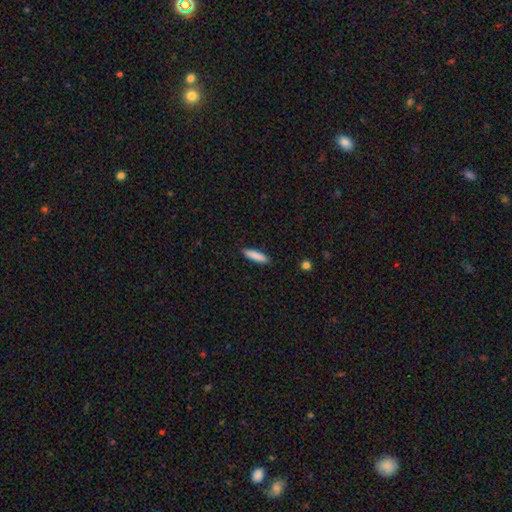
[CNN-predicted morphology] Overall: smooth (87%). How rounded: cigar-shaped (73%). Merging: none (89%).